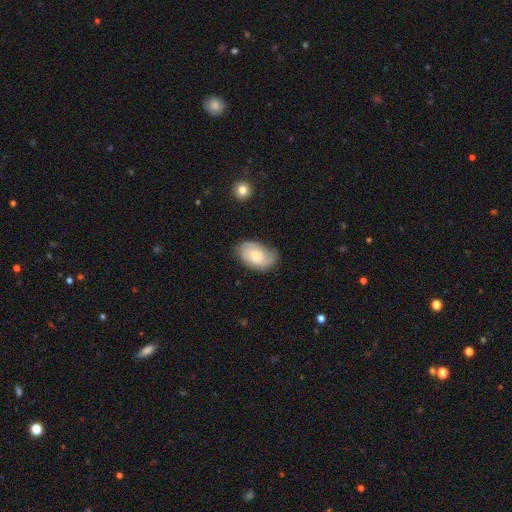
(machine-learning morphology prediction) smooth_or_featured: featured or disk (p=0.50) [alt: smooth p=0.43]
merging: none (p=0.68) [alt: minor disturbance p=0.23]